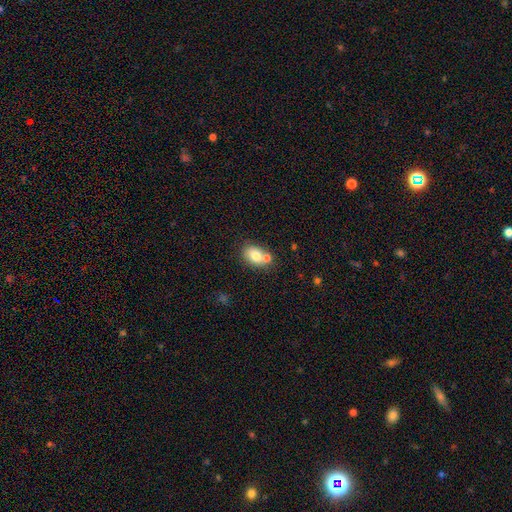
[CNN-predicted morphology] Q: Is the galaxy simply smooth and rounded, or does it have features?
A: smooth — 76%.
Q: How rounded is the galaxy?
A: in between — 72%.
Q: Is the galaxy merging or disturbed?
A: none — 50%.